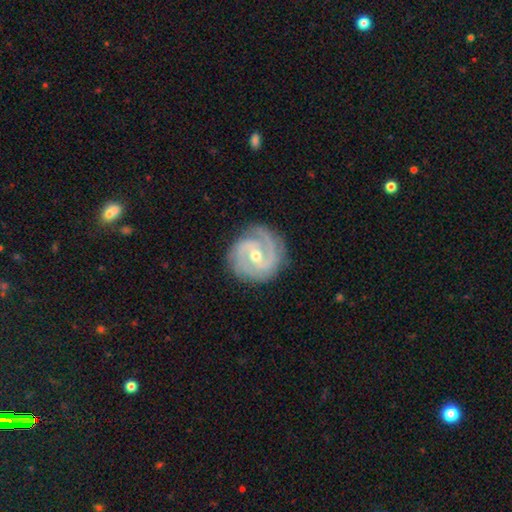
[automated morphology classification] Smooth or featured? Predicted: featured or disk (p=0.91). Edge-on disk? Predicted: no (p=0.98). Bar? Predicted: weak (p=0.49). Spiral arms? Predicted: yes (p=0.98). Spiral winding? Predicted: tight (p=0.60). Spiral arm count? Predicted: 2 (p=0.63). Bulge size? Predicted: moderate (p=0.60). Merging? Predicted: none (p=0.81).